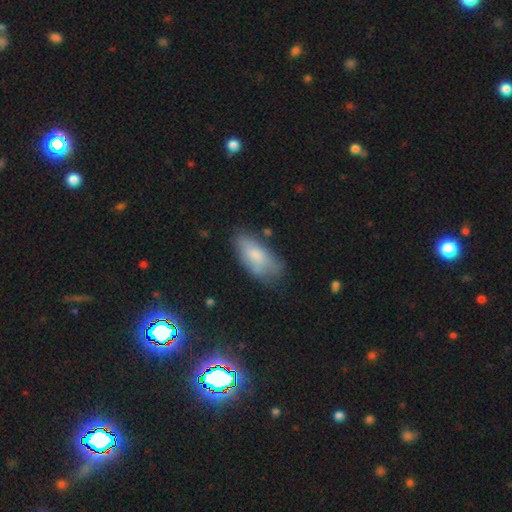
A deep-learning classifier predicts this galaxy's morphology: This appears to be a smooth galaxy with no disk features (74%) that is in between round and cigar-shaped (87%). Merging: none (59%).